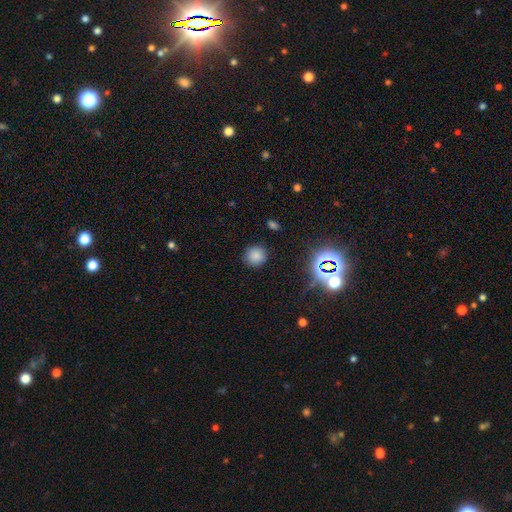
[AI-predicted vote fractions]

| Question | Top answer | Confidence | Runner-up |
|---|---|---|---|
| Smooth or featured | smooth | 79% | star or artifact (16%) |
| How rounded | round | 91% | in between (8%) |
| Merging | none | 88% | minor disturbance (8%) |